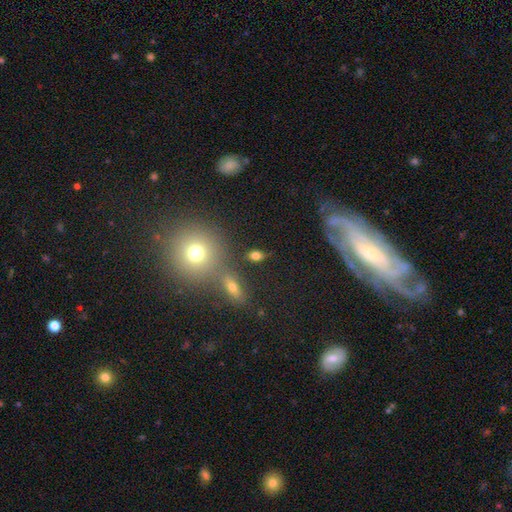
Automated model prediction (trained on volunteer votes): The model was most divided on "how rounded": in between: 68%, round: 26%, cigar-shaped: 6%. More confident: smooth or featured — smooth (72%); merging — none (70%).